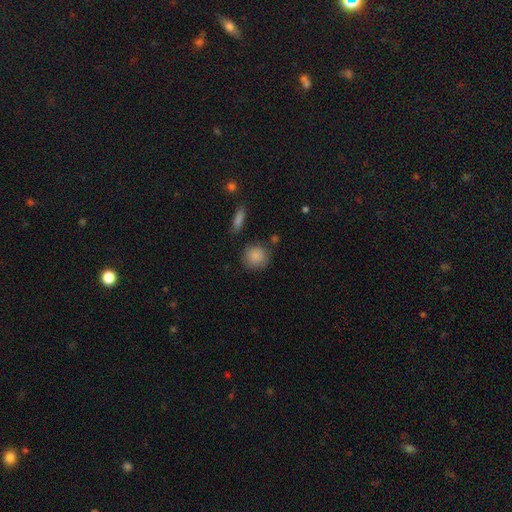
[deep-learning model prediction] This is clearly a smooth galaxy (87%). How rounded: clearly round (87%). Merging: clearly none (80%).